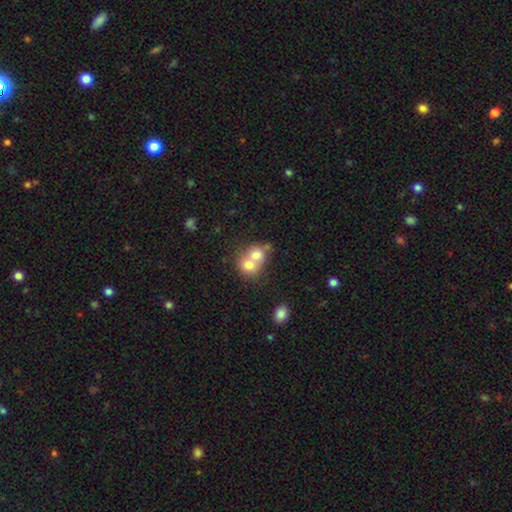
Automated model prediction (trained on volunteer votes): The model was most divided on "how rounded": round: 68%, in between: 31%, cigar-shaped: 1%. More confident: merging — merger (73%); smooth or featured — smooth (69%).